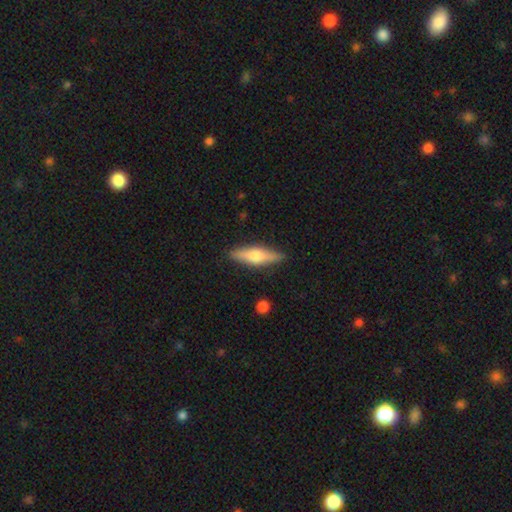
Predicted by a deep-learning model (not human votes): Smooth or featured: featured or disk — 49% (smooth — 45%)
Merging: none — 87% (minor disturbance — 9%)